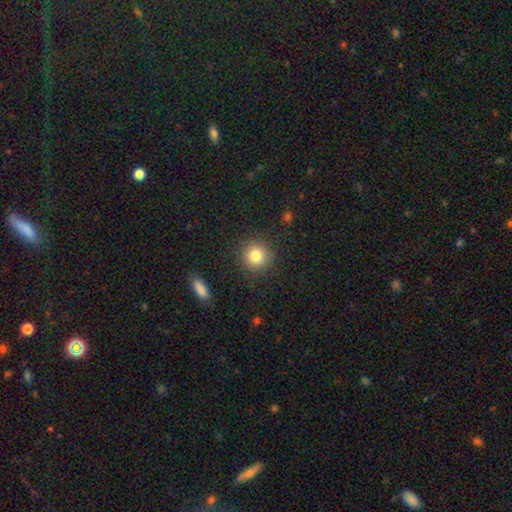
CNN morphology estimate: Overall: smooth (83%). How rounded: round (92%). Merging: none (89%).